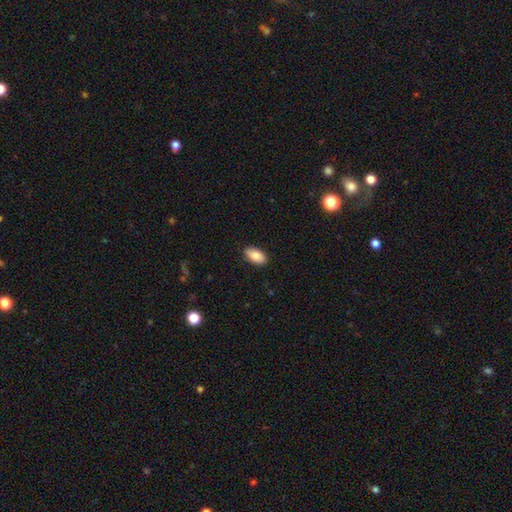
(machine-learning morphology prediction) smooth 86%, featured or disk 7%, star or artifact 7%. Down the decision tree: how rounded — in between (94%); merging — none (88%).